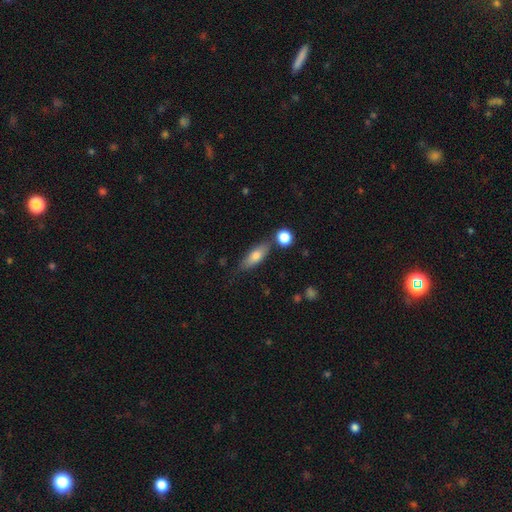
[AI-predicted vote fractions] This appears to be a smooth galaxy with no disk features (72%) that is in between round and cigar-shaped (63%). Merging: none (69%).